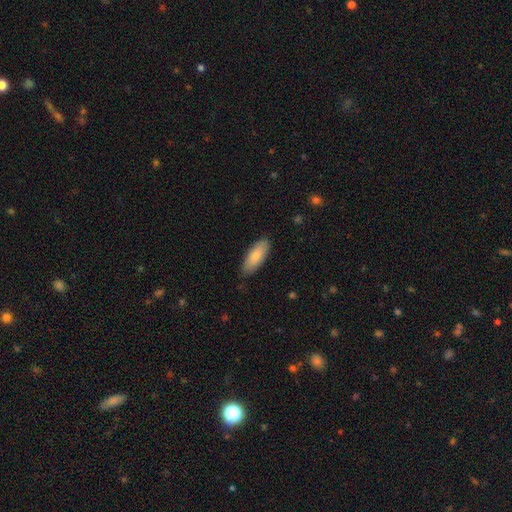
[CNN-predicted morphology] Smooth or featured?
  - smooth: 83% *
  - featured or disk: 12%
  - star or artifact: 6%
How rounded?
  - in between: 79% *
  - cigar-shaped: 20%
  - round: 2%
Merging?
  - none: 81% *
  - minor disturbance: 16%
  - major disturbance: 3%
  - merger: 1%